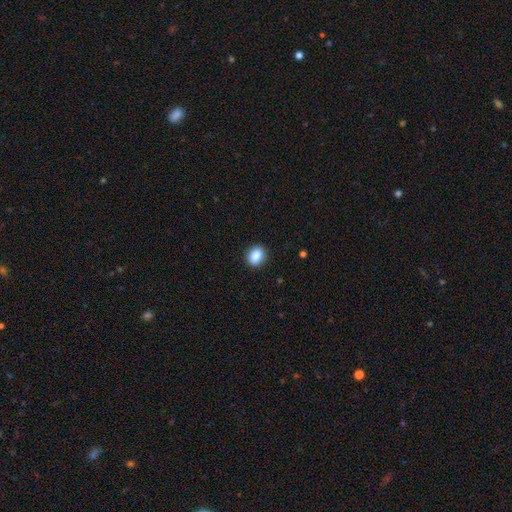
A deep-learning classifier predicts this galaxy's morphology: Overall: smooth (86%). How rounded: round (52%; in between 47%). Merging: none (91%).